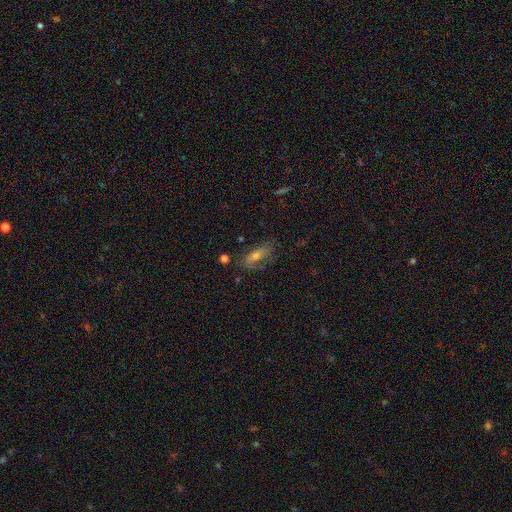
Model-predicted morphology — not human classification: A featured or disk galaxy (47%). Merging: none (65%).